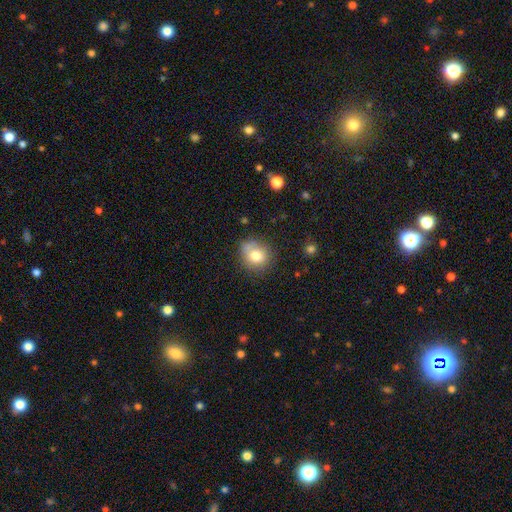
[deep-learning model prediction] Q: Smooth or featured?
A: smooth (77%); runner-up: featured or disk (12%)
Q: How rounded?
A: round (76%); runner-up: in between (23%)
Q: Merging?
A: none (66%); runner-up: minor disturbance (23%)